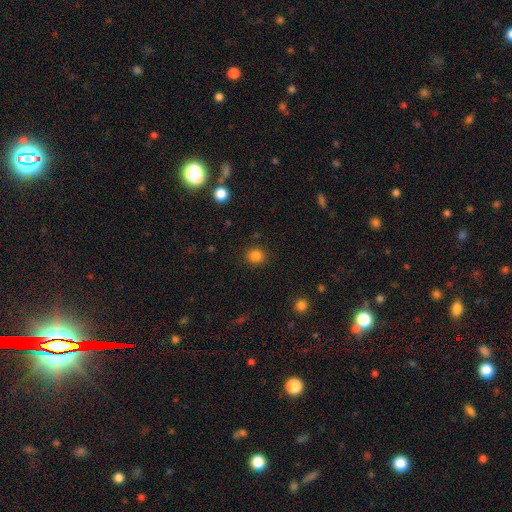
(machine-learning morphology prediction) Smooth or featured? smooth (84%)
How rounded? round (85%)
Merging? none (88%)